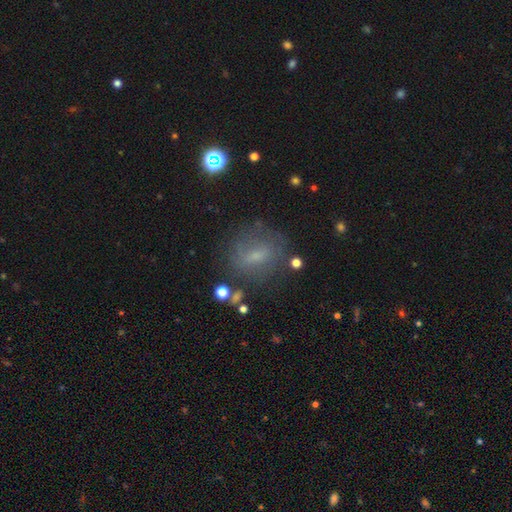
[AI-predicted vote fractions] Overall: smooth (49%; featured or disk 34%). Merging: none (70%).